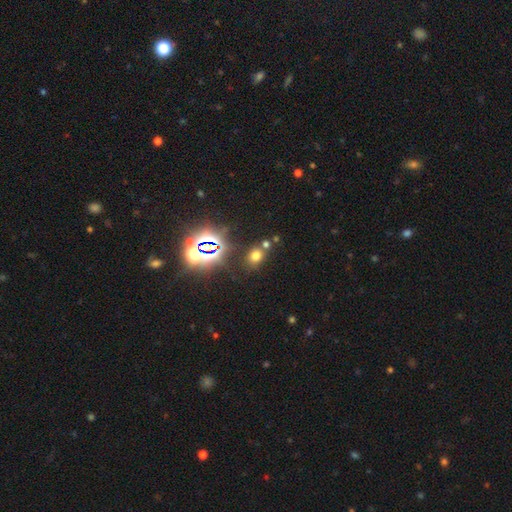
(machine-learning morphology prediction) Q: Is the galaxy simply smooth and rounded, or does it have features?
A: smooth — 60%.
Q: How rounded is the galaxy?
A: round — 54%.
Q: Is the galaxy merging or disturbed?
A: none — 73%.